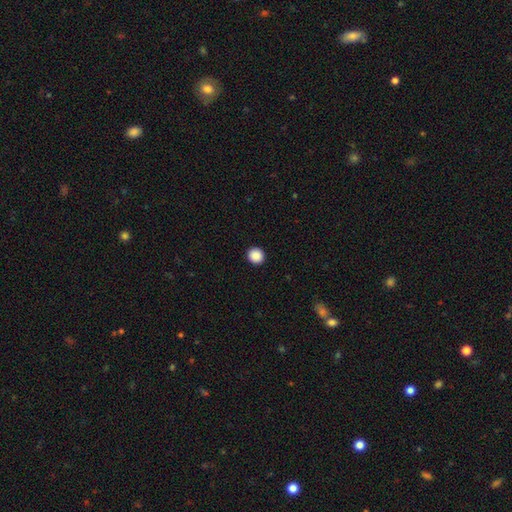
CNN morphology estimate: Smooth or featured? smooth (89%)
How rounded? round (90%)
Merging? none (93%)